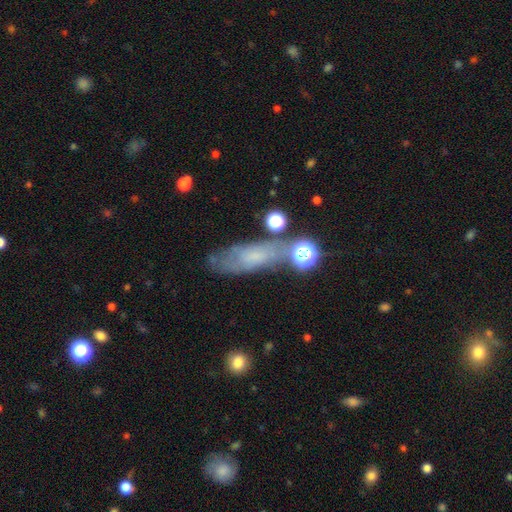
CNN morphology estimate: Smooth or featured? smooth (44%)
Merging? none (55%)